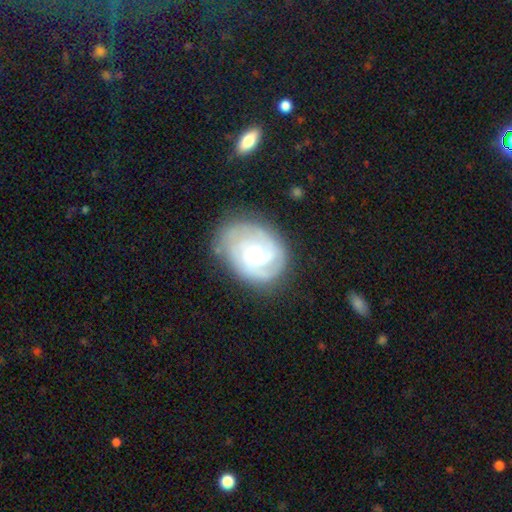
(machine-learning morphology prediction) Smooth or featured? featured or disk (76%)
Edge-on disk? no (97%)
Bar? no (62%)
Spiral arms? yes (91%)
Spiral winding? tight (53%)
Spiral arm count? can't tell (30%)
Bulge size? moderate (52%)
Merging? none (69%)